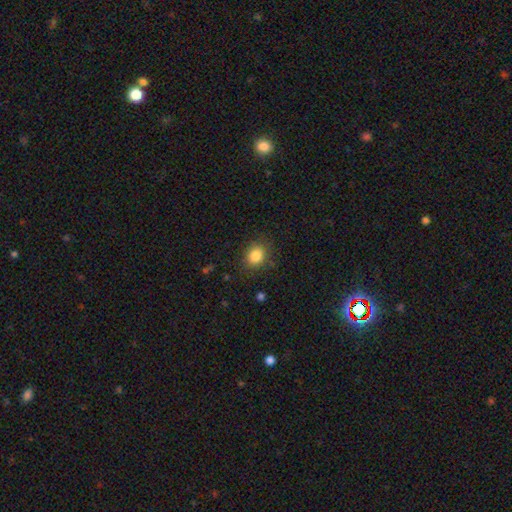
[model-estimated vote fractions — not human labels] This is clearly a smooth galaxy (84%). How rounded: possibly round (58%). Merging: clearly none (82%).